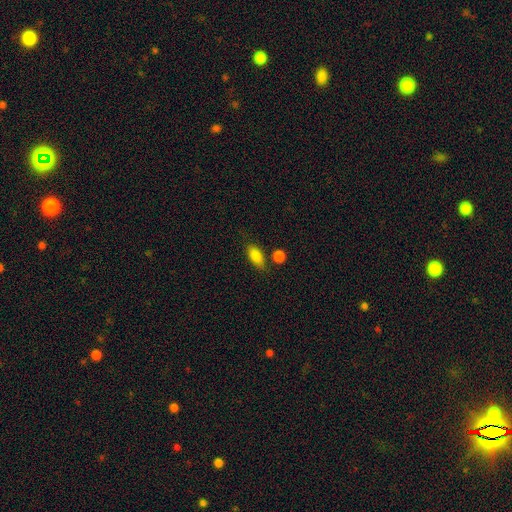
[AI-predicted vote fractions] A smooth galaxy with no disk features (84%) that is in between round and cigar-shaped (86%).

Vote fractions:
- Smooth or featured? smooth: 84% / star or artifact: 8% / featured or disk: 8%
- How rounded? in between: 86% / cigar-shaped: 8% / round: 6%
- Merging? none: 71% / minor disturbance: 17% / merger: 8% / major disturbance: 4%